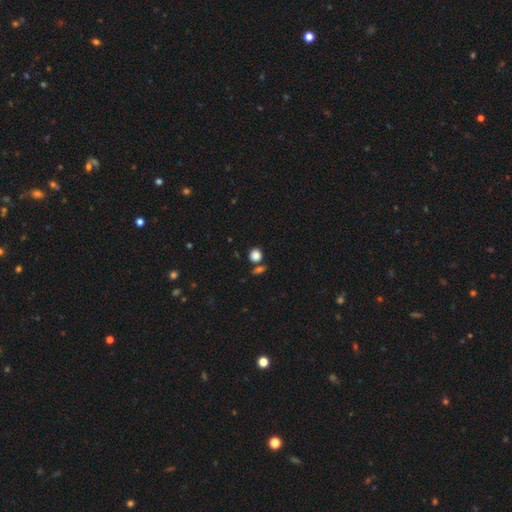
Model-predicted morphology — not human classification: A smooth galaxy with no disk features (84%) that is round (81%). Merging: none (70%).